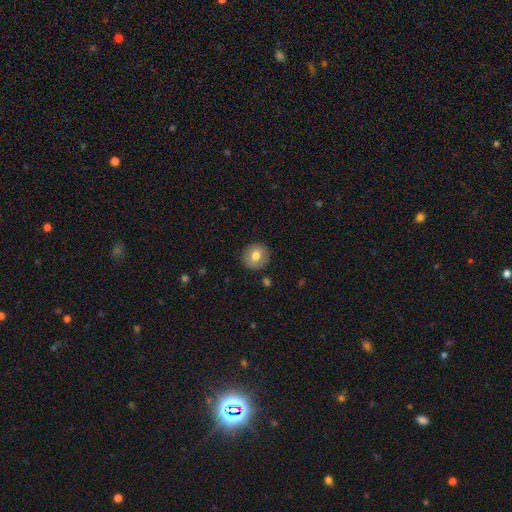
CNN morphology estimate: This is likely a smooth galaxy (74%). How rounded: clearly round (89%). Merging: clearly none (88%).